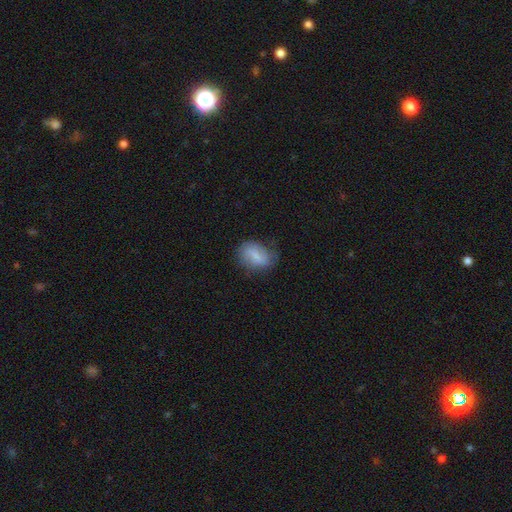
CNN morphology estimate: A smooth galaxy with no disk features (61%) that is in between round and cigar-shaped (78%).

Vote fractions:
- Smooth or featured? smooth: 61% / featured or disk: 31% / star or artifact: 8%
- How rounded? in between: 78% / round: 19% / cigar-shaped: 3%
- Merging? none: 63% / minor disturbance: 27% / major disturbance: 8% / merger: 2%